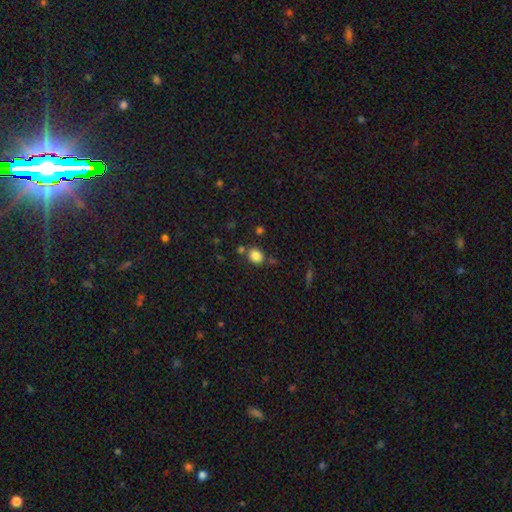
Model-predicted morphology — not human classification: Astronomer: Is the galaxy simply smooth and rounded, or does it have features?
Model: smooth — 84%.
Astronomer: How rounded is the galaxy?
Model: round — 59% (runner-up: in between, 40%).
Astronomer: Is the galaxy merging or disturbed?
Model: none — 74%.